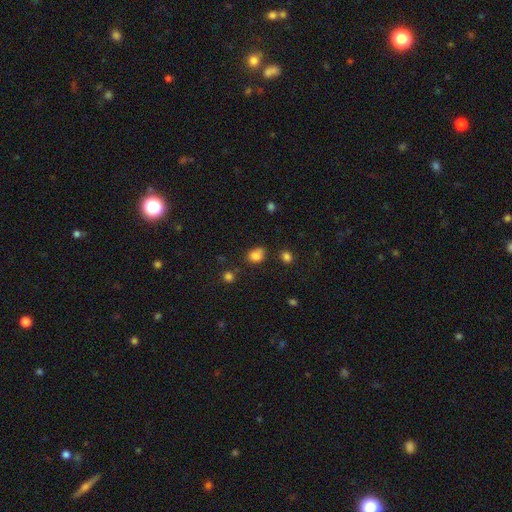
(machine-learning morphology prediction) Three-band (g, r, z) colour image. It shows a smooth galaxy with no disk features (80%) that is in between round and cigar-shaped (58%). Merging: none (54%).